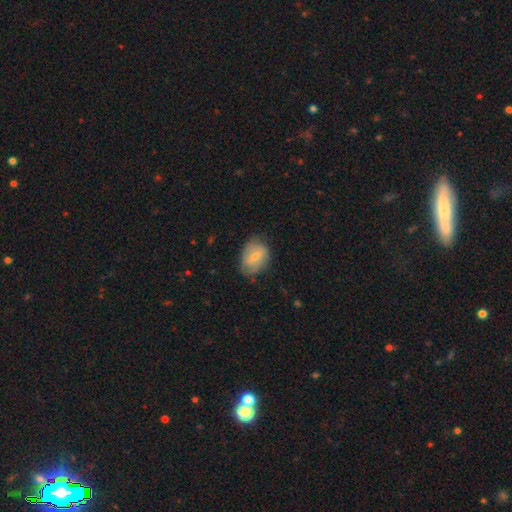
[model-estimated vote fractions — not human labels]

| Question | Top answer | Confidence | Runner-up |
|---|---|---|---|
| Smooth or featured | smooth | 54% | featured or disk (39%) |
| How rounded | in between | 73% | round (25%) |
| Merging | none | 66% | minor disturbance (25%) |